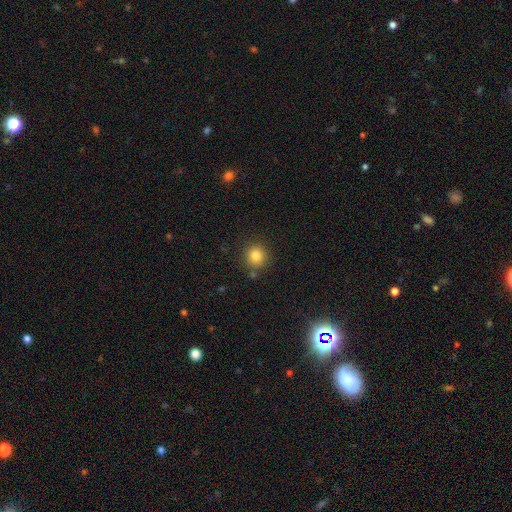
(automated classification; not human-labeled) This is clearly a smooth galaxy (82%). How rounded: clearly round (91%). Merging: clearly none (84%).